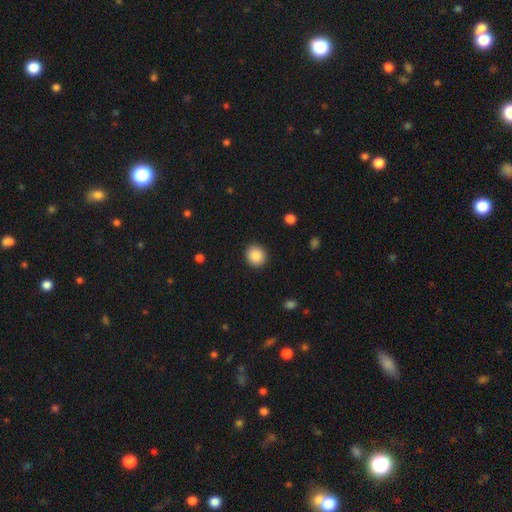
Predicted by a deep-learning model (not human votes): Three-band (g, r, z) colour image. It shows a smooth galaxy with no disk features (88%) that is round (86%). Merging: none (91%).